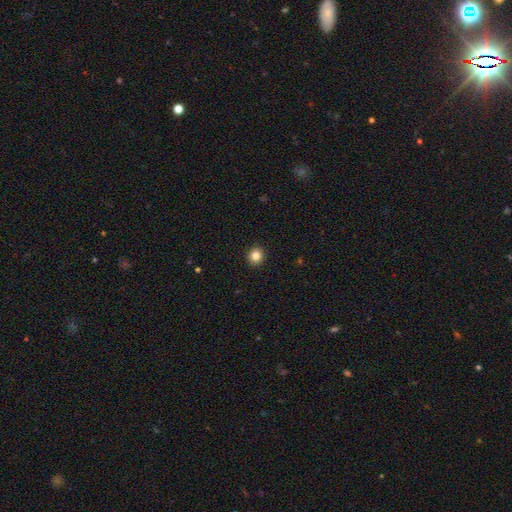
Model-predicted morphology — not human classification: A smooth galaxy with no disk features (83%) that is round (91%). Merging: none (93%).